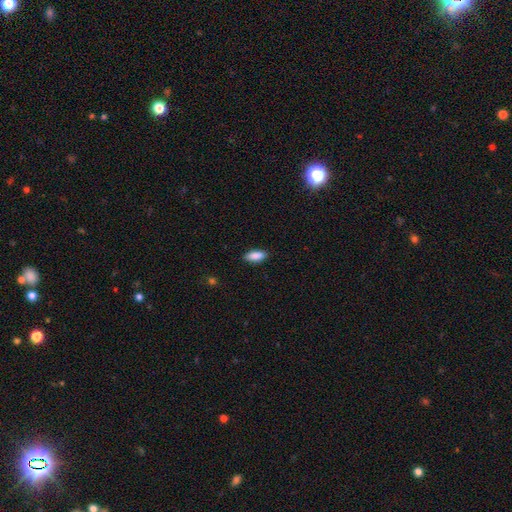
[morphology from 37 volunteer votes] smooth-or-featured: smooth: 92% | star or artifact: 5% | featured or disk: 3%
  how-rounded: in between: 88% | cigar-shaped: 12% | round: 0%
  merging: none: 89% | minor disturbance: 9% | major disturbance: 3% | merger: 0%